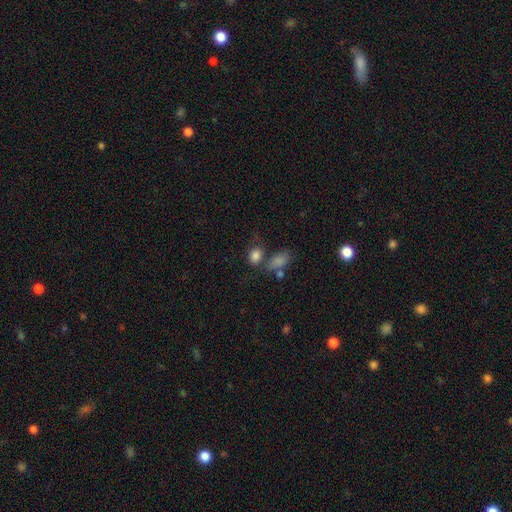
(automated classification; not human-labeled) Smooth or featured? smooth (83%)
How rounded? in between (69%)
Merging? none (51%)